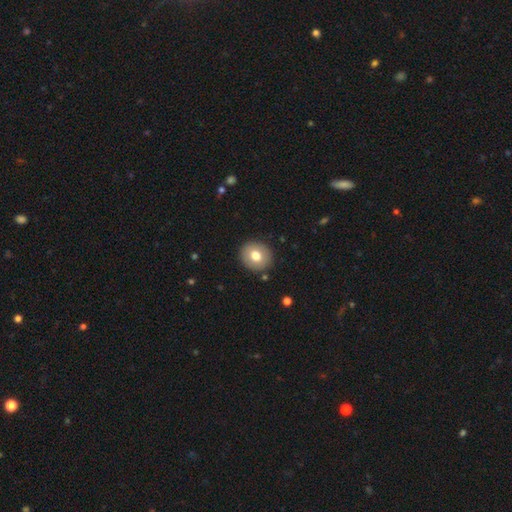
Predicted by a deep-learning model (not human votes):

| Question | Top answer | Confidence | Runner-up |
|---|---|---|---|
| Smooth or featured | smooth | 73% | featured or disk (19%) |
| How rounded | round | 85% | in between (14%) |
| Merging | none | 90% | minor disturbance (6%) |